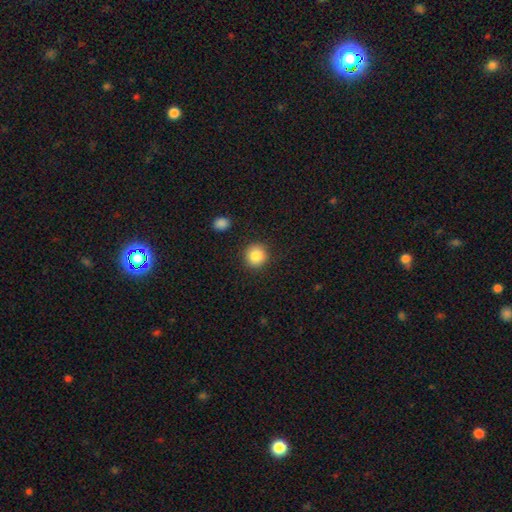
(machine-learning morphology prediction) The model was most divided on "smooth or featured": smooth: 86%, star or artifact: 9%, featured or disk: 5%. More confident: how rounded — round (91%); merging — none (89%).